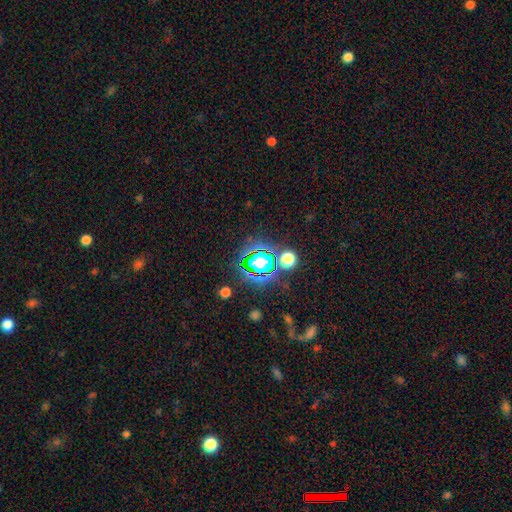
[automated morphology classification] This is likely a star or artifact rather than a galaxy (76%).